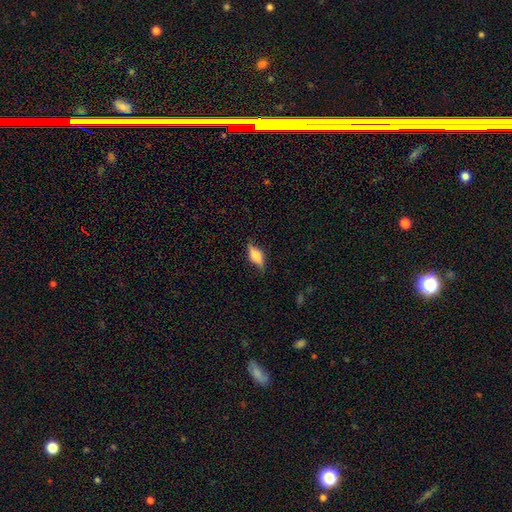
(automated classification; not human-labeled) A smooth galaxy with no disk features (47%).

Vote fractions:
- Smooth or featured? smooth: 47% / featured or disk: 45% / star or artifact: 8%
- Merging? none: 77% / minor disturbance: 18% / major disturbance: 4% / merger: 1%